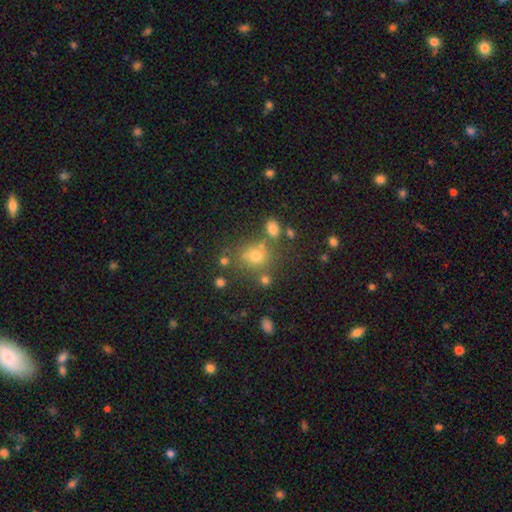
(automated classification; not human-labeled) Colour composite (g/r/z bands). It shows a smooth galaxy with no disk features (66%) that is round (72%). Merging: none (63%).